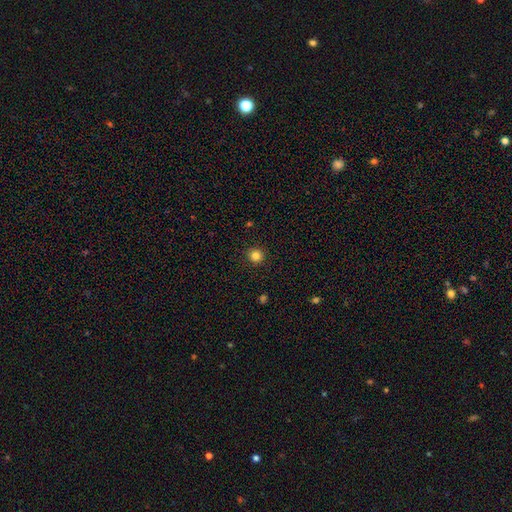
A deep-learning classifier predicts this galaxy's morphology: Smooth or featured? Predicted: smooth (p=0.83). How rounded? Predicted: round (p=0.94). Merging? Predicted: none (p=0.92).